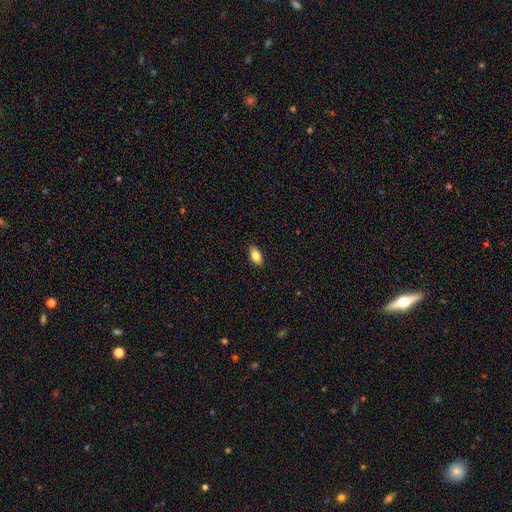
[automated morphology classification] smooth 84%, featured or disk 8%, star or artifact 8%. Down the decision tree: how rounded — in between (90%); merging — none (89%).